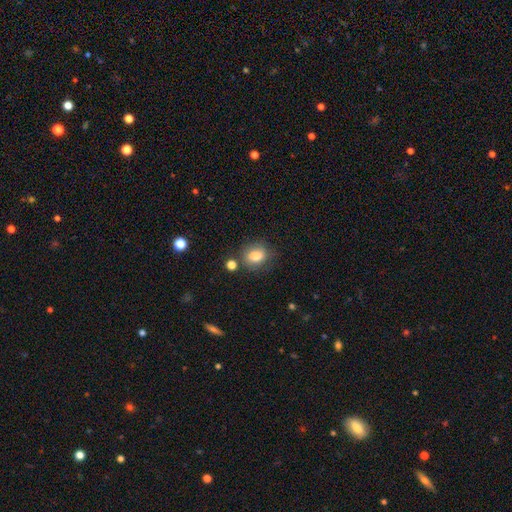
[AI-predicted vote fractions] A smooth galaxy with no disk features (79%) that is round (64%). Merging: none (77%).